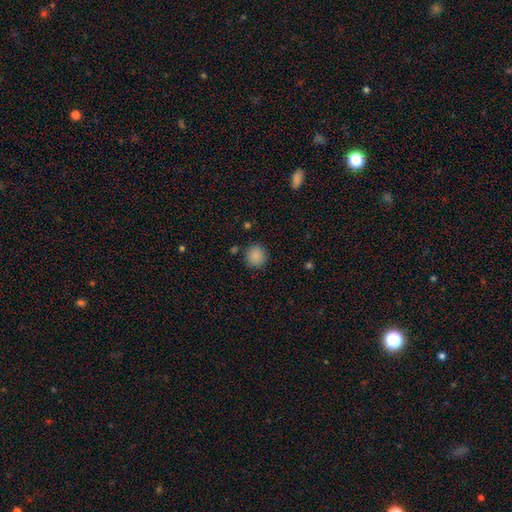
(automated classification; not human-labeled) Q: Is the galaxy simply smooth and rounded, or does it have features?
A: smooth — 88%.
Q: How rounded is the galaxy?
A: round — 91%.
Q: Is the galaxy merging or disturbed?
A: none — 87%.